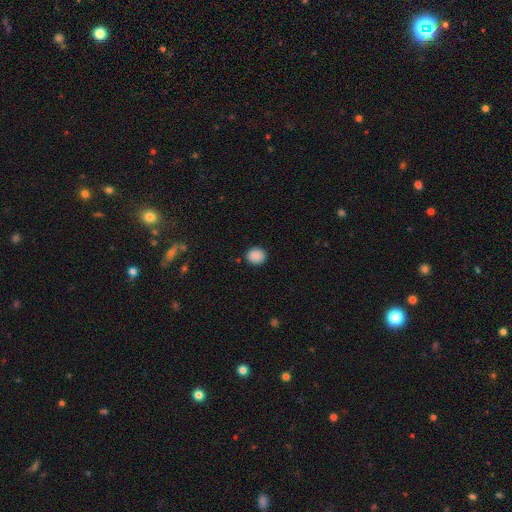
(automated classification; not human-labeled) Smooth or featured? smooth (88%)
How rounded? round (80%)
Merging? none (89%)